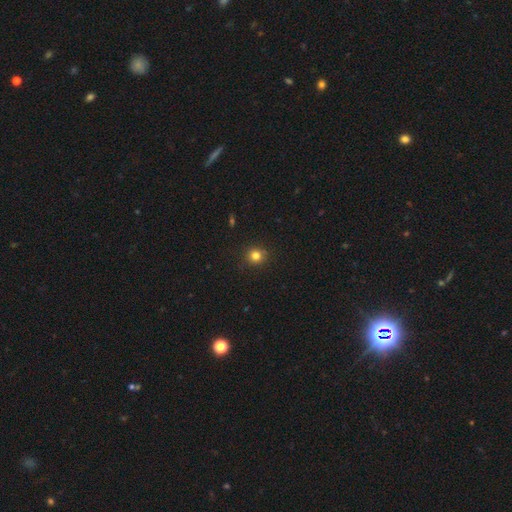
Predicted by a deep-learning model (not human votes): The model was most divided on "smooth or featured": smooth: 81%, star or artifact: 14%, featured or disk: 5%. More confident: how rounded — round (91%); merging — none (91%).